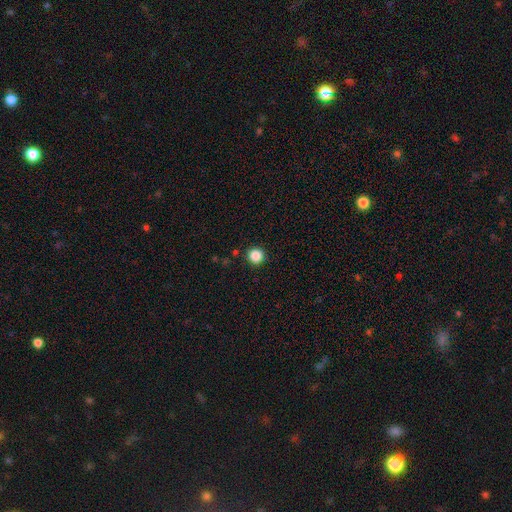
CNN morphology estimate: type=smooth (86%); roundness=round (94%); merging=none (92%).